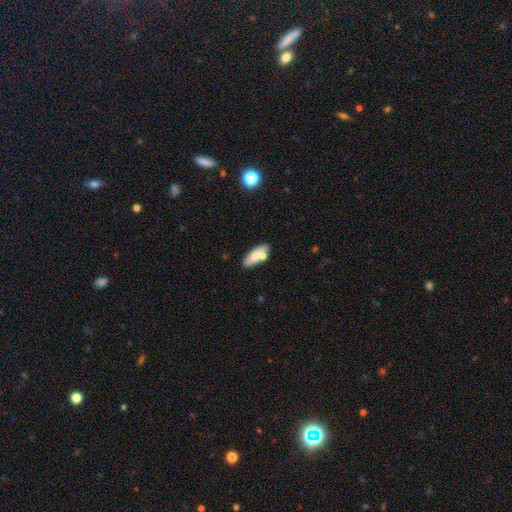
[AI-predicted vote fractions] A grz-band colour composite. It shows a smooth galaxy with no disk features (70%) that is in between round and cigar-shaped (75%). Merging: none (68%).